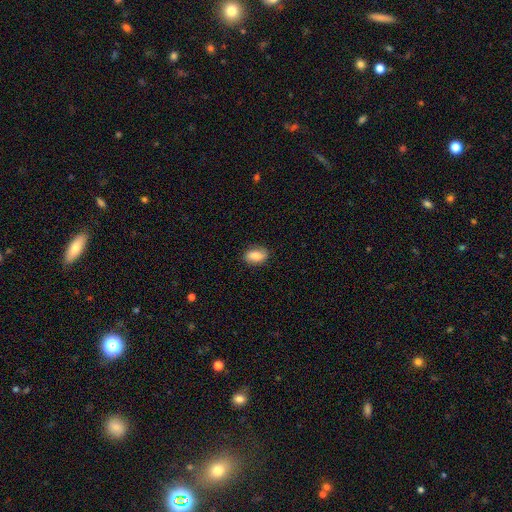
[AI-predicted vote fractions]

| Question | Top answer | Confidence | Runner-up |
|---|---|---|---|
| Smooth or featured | smooth | 77% | featured or disk (15%) |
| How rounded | in between | 85% | round (12%) |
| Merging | none | 83% | minor disturbance (13%) |